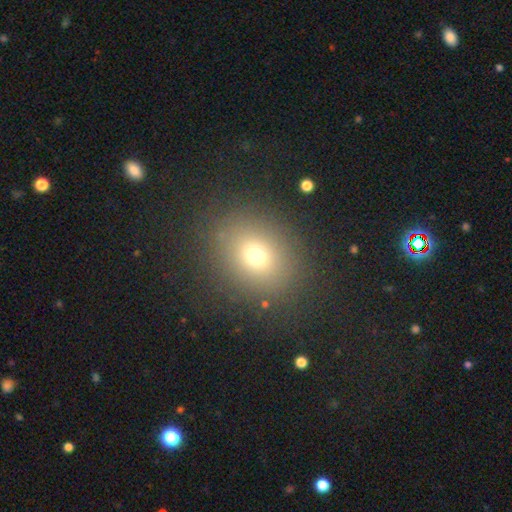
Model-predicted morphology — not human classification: Smooth or featured: smooth — 70% (star or artifact — 19%)
How rounded: round — 68% (in between — 31%)
Merging: none — 84% (minor disturbance — 9%)